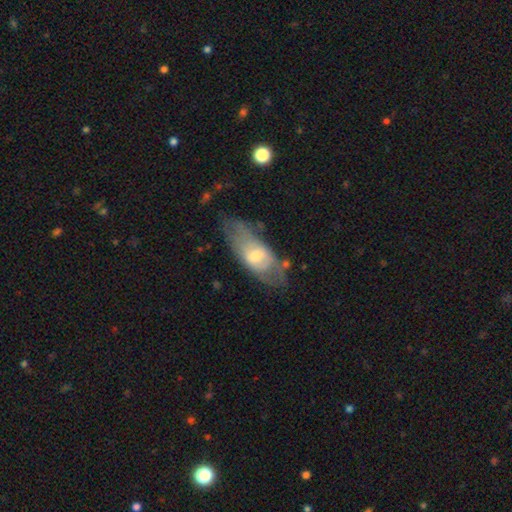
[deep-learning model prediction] featured or disk 49%, smooth 45%, star or artifact 7%. Down the decision tree: merging — none (49%).